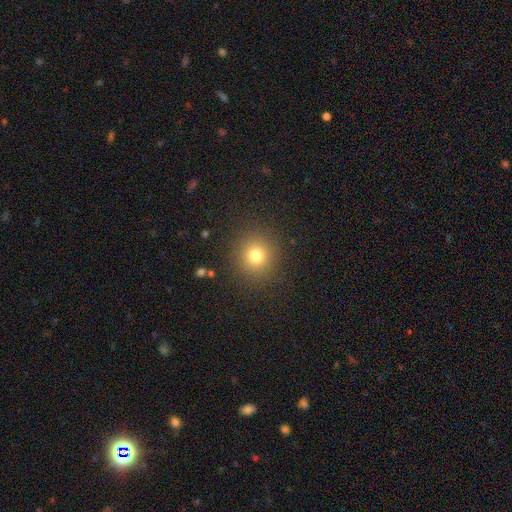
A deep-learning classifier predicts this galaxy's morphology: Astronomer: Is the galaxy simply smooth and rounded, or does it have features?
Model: smooth — 75%.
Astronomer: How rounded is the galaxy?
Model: round — 92%.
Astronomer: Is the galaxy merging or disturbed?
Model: none — 89%.